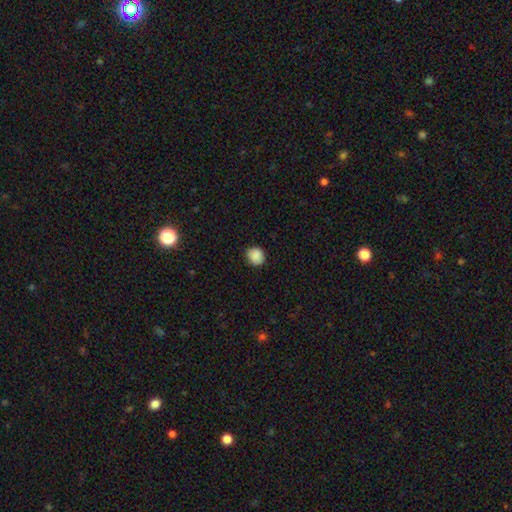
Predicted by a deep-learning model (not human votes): This is clearly a smooth galaxy (88%). How rounded: likely round (80%). Merging: clearly none (85%).